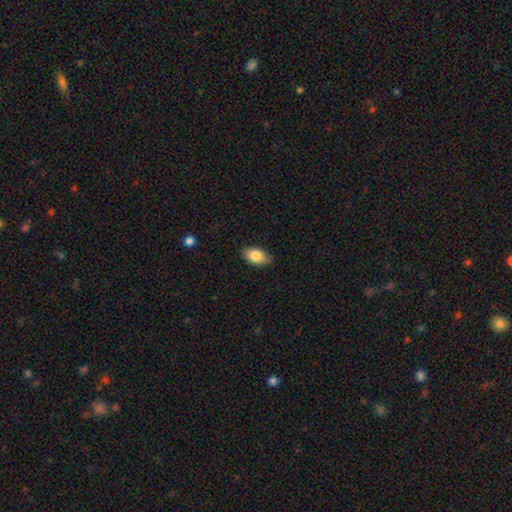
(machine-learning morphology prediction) type=smooth (84%); roundness=in between (92%); merging=none (84%).